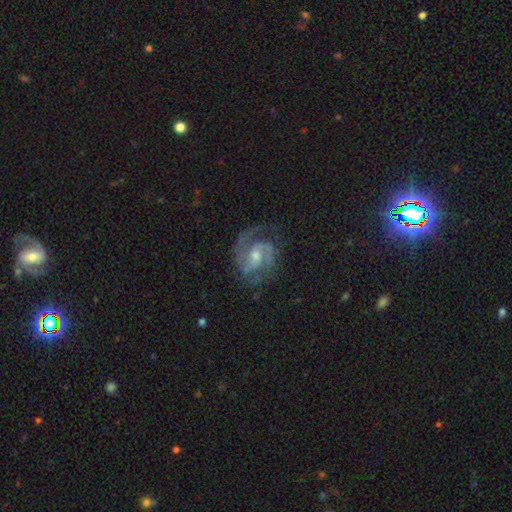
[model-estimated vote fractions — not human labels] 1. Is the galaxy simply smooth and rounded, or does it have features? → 88% featured or disk, 7% smooth, 6% star or artifact.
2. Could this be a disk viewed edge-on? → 98% no, 2% yes.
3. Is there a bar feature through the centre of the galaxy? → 48% weak, 40% no, 13% strong.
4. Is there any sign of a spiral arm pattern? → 97% yes, 3% no.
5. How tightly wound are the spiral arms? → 54% medium, 30% tight, 16% loose.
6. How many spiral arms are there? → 74% 2, 10% 3, 7% can't tell, 5% 1, 2% 4, 2% more than 4.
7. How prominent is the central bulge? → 51% moderate, 42% small, 3% large, 3% none, 1% dominant.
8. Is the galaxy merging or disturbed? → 70% none, 18% minor disturbance, 11% major disturbance, 1% merger.